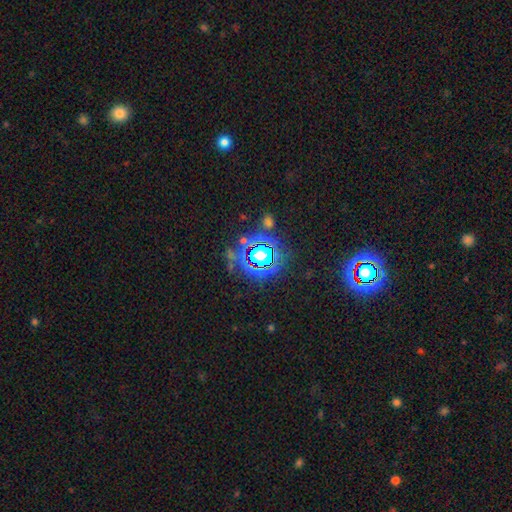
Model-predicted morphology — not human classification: smooth_or_featured: star or artifact (p=0.82) [alt: smooth p=0.11]